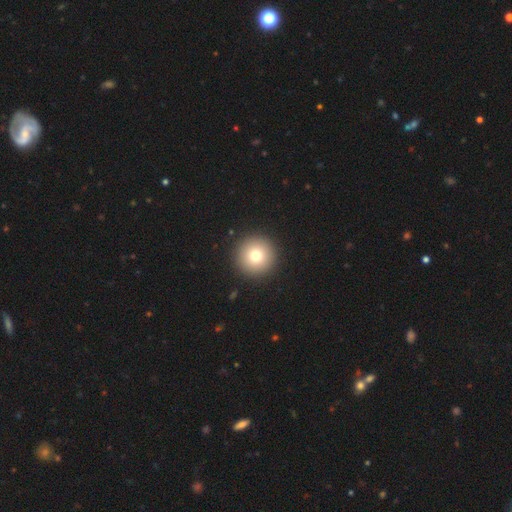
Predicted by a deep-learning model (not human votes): smooth_or_featured: smooth (p=0.76) [alt: featured or disk p=0.13]
how_rounded: round (p=0.97) [alt: in between p=0.02]
merging: none (p=0.93) [alt: minor disturbance p=0.04]